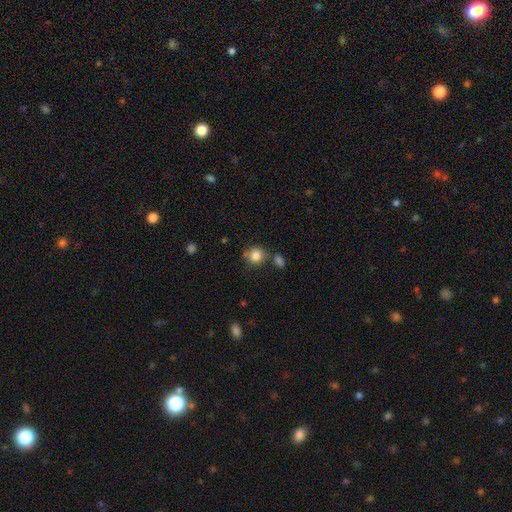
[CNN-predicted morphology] Overall: smooth (83%). How rounded: round (85%). Merging: none (65%).